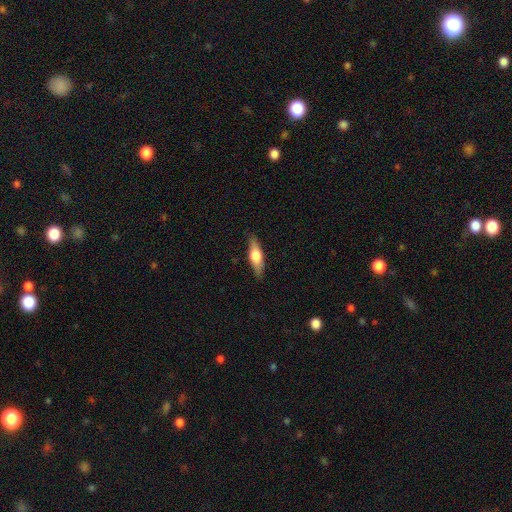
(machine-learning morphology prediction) A smooth galaxy with no disk features (52%) that is cigar-shaped (54%). Merging: none (87%).